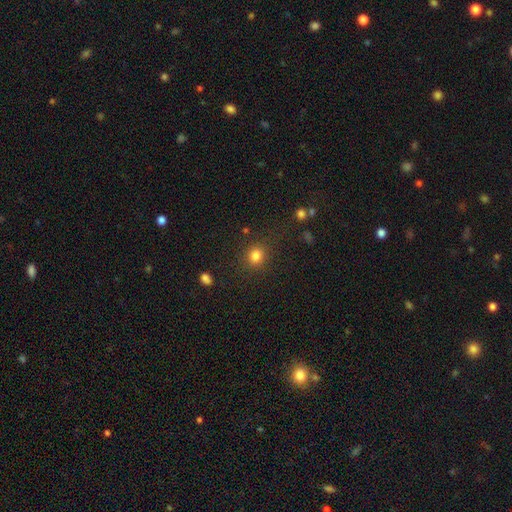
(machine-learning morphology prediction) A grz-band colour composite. It shows a smooth galaxy with no disk features (83%) that is round (81%). Merging: none (86%).